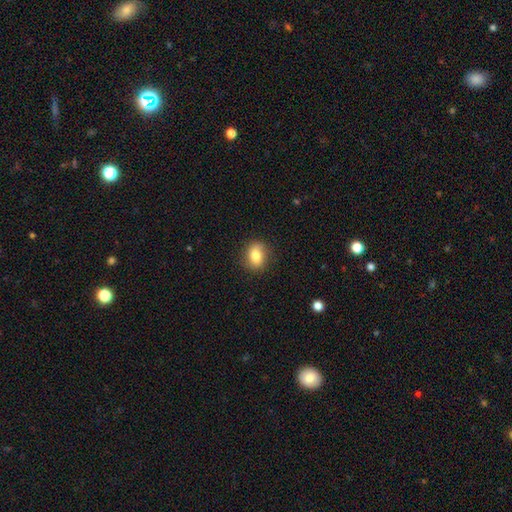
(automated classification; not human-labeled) smooth_or_featured: smooth (p=0.78) [alt: featured or disk p=0.13]
how_rounded: in between (p=0.52) [alt: round p=0.46]
merging: none (p=0.84) [alt: minor disturbance p=0.12]